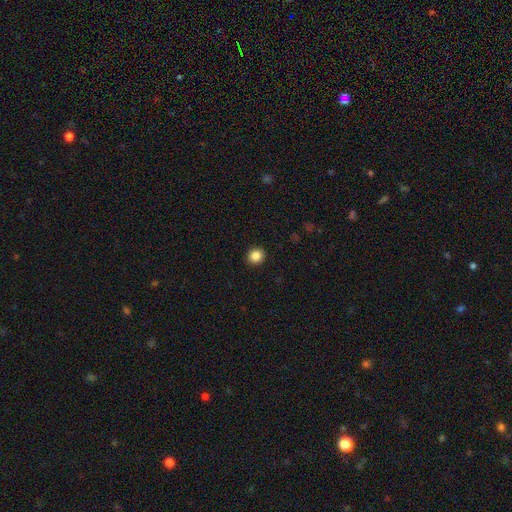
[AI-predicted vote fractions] smooth 85%, star or artifact 10%, featured or disk 5%. Down the decision tree: how rounded — round (87%); merging — none (93%).